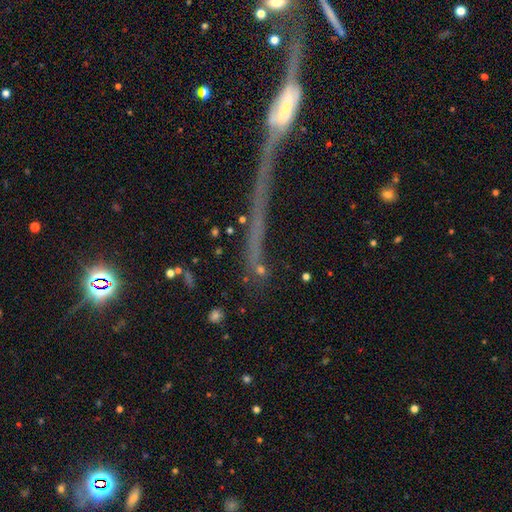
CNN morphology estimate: type=featured or disk (41%); merging=none (47%).